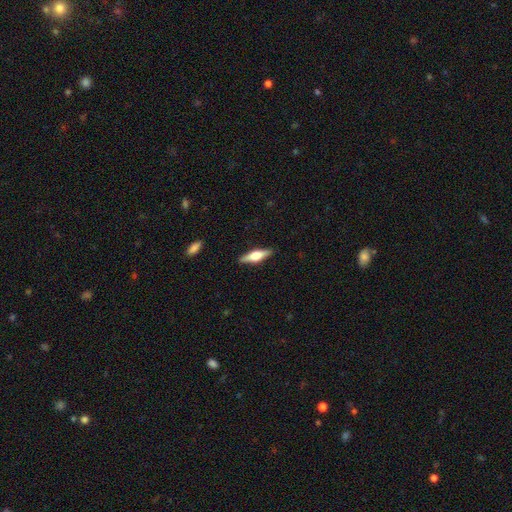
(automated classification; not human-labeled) Morphology: type=featured or disk (59%); edge-on=yes (96%); edge-on bulge=rounded (89%); merging=none (89%).